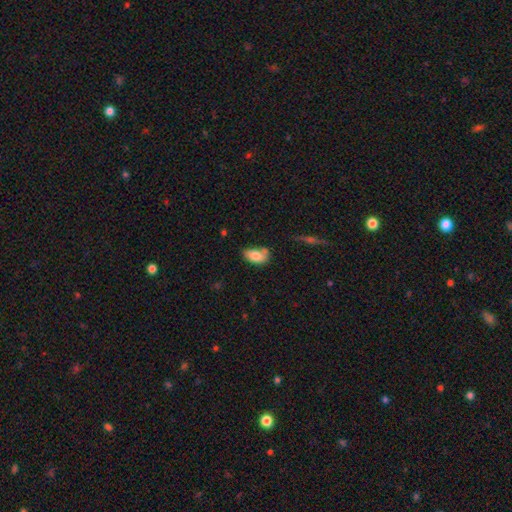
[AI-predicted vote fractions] Morphology: type=smooth (79%); roundness=in between (92%); merging=none (51%).